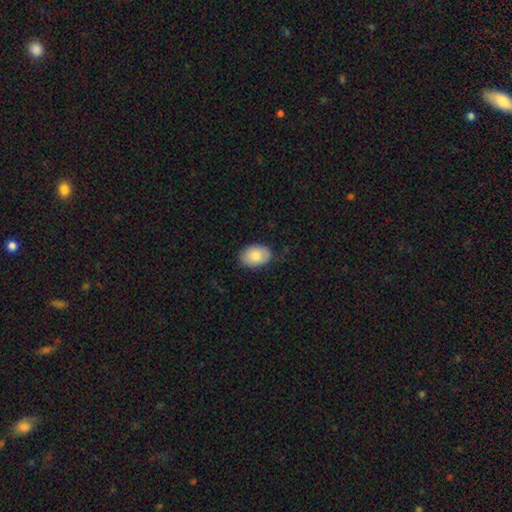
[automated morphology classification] A smooth galaxy with no disk features (86%) that is in between round and cigar-shaped (85%).

Vote fractions:
- Smooth or featured? smooth: 86% / featured or disk: 8% / star or artifact: 6%
- How rounded? in between: 85% / round: 14% / cigar-shaped: 1%
- Merging? none: 79% / minor disturbance: 17% / major disturbance: 3% / merger: 1%